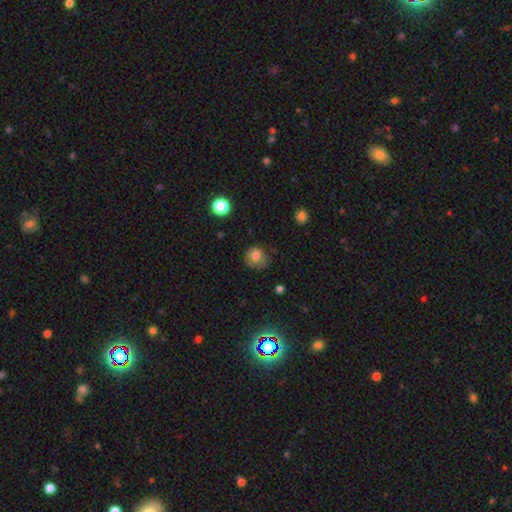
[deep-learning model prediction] A smooth galaxy with no disk features (78%) that is round (86%).

Vote fractions:
- Smooth or featured? smooth: 78% / star or artifact: 11% / featured or disk: 11%
- How rounded? round: 86% / in between: 13% / cigar-shaped: 1%
- Merging? none: 74% / minor disturbance: 20% / major disturbance: 5% / merger: 1%